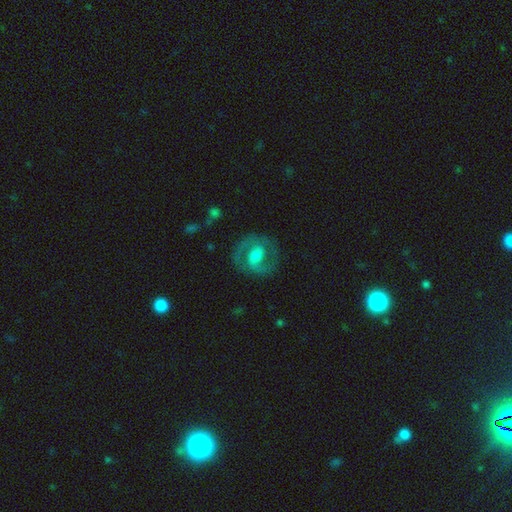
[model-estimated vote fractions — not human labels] smooth_or_featured: featured or disk (p=0.77) [alt: smooth p=0.18]
disk_edge_on: no (p=0.97) [alt: yes p=0.03]
bar: weak (p=0.44) [alt: no p=0.32]
has_spiral_arms: yes (p=0.85) [alt: no p=0.15]
spiral_winding: medium (p=0.52) [alt: tight p=0.35]
spiral_arm_count: 2 (p=0.88) [alt: can't tell p=0.06]
bulge_size: moderate (p=0.54) [alt: small p=0.24]
merging: none (p=0.81) [alt: minor disturbance p=0.11]